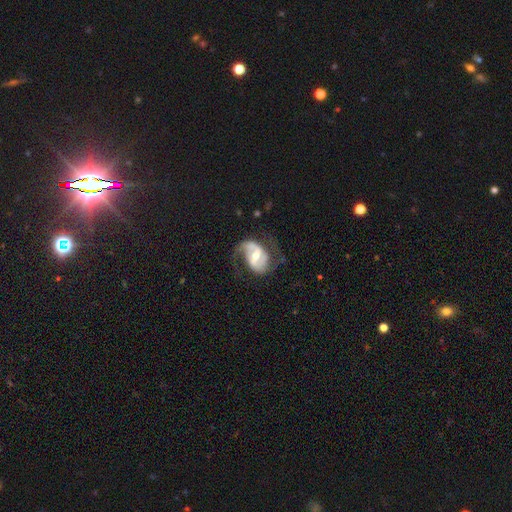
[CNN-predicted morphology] Smooth or featured?
  - featured or disk: 84% *
  - smooth: 11%
  - star or artifact: 5%
Edge-on disk?
  - no: 97% *
  - yes: 3%
Bar?
  - weak: 44% *
  - strong: 38%
  - no: 18%
Spiral arms?
  - yes: 94% *
  - no: 6%
Spiral winding?
  - medium: 45% *
  - loose: 40%
  - tight: 15%
Spiral arm count?
  - 2: 86% *
  - 1: 6%
  - can't tell: 4%
  - 3: 1%
  - 4: 1%
  - more than 4: 1%
Bulge size?
  - moderate: 64% *
  - small: 26%
  - large: 7%
  - none: 2%
  - dominant: 1%
Merging?
  - none: 62% *
  - minor disturbance: 19%
  - major disturbance: 17%
  - merger: 2%